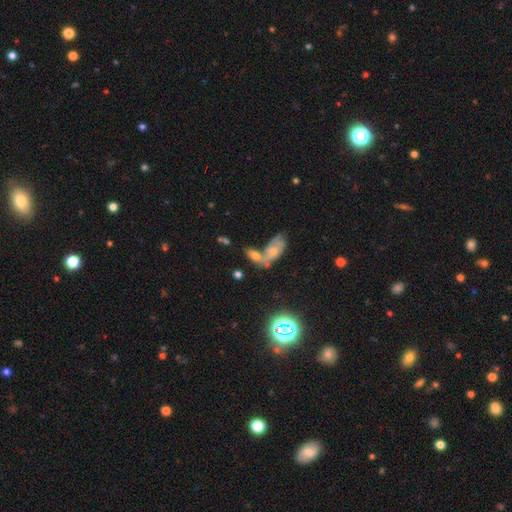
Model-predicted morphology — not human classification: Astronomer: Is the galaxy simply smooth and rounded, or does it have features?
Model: smooth — 55%.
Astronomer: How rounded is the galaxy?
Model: in between — 78%.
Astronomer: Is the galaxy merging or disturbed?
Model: merger — 53% (runner-up: none, 29%).